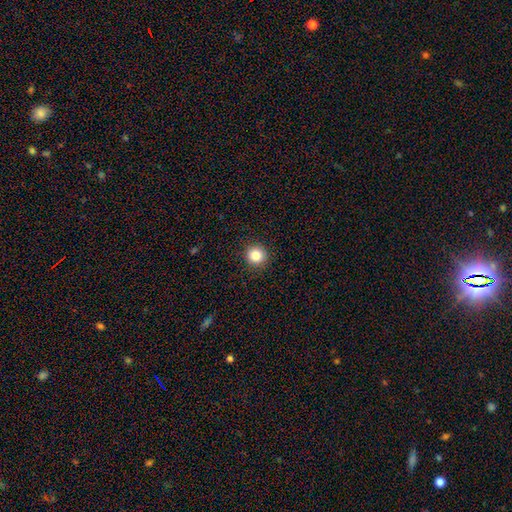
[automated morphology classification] smooth_or_featured: smooth (p=0.85) [alt: star or artifact p=0.11]
how_rounded: round (p=0.95) [alt: in between p=0.04]
merging: none (p=0.92) [alt: minor disturbance p=0.05]